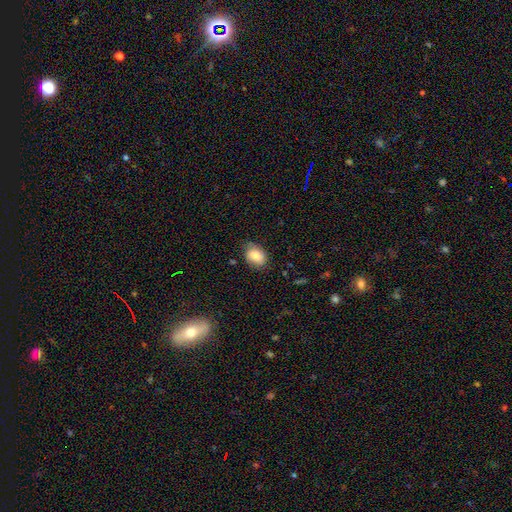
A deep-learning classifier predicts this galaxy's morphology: This appears to be a smooth galaxy with no disk features (80%) that is in between round and cigar-shaped (71%). Merging: none (70%).